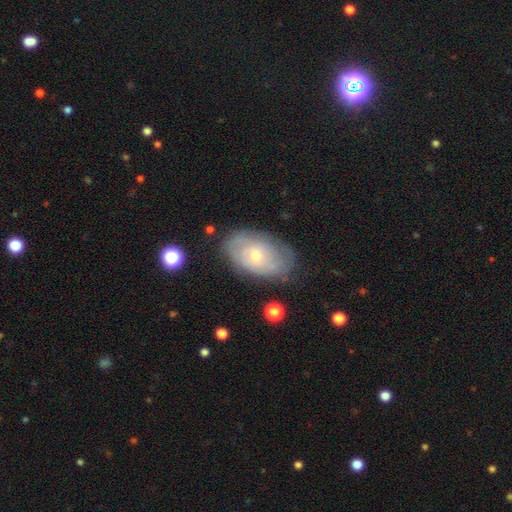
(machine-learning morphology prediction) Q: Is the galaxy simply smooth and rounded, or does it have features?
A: featured or disk — 59%.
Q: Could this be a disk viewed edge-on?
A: no — 93%.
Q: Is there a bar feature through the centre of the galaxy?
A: no — 77%.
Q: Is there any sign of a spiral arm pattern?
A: yes — 67%.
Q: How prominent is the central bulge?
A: small — 56%.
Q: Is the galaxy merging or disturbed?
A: none — 73%.